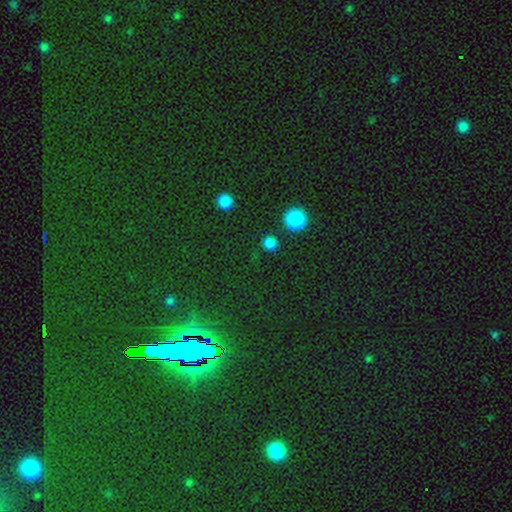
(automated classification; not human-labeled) A star or artifact, not a galaxy (48%).

Vote fractions:
- Smooth or featured? star or artifact: 48% / smooth: 46% / featured or disk: 6%